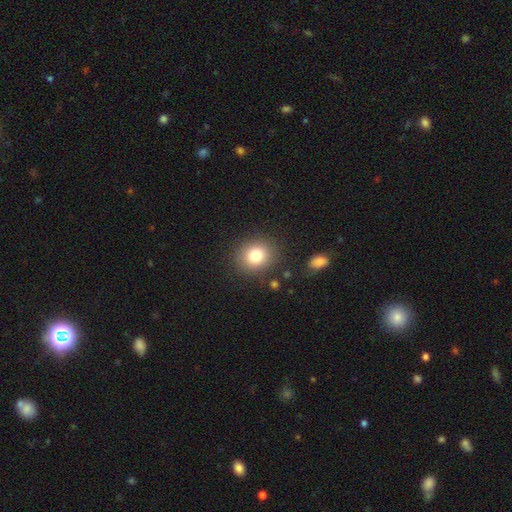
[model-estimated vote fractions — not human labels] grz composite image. It shows a smooth galaxy with no disk features (80%) that is round (78%). Merging: none (86%).